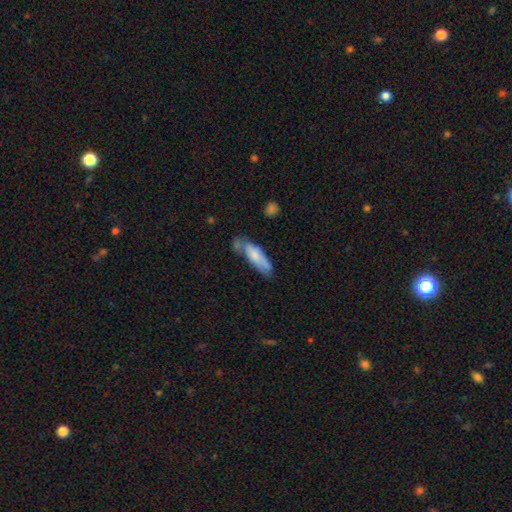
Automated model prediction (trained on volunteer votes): Smooth or featured? smooth (72%)
How rounded? in between (52%)
Merging? none (47%)